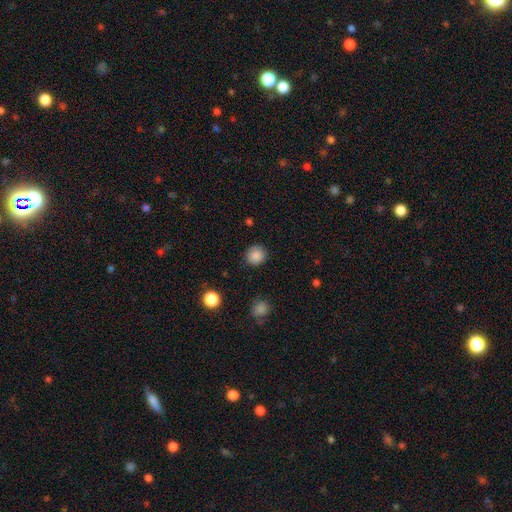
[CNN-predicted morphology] A smooth galaxy with no disk features (87%) that is round (92%).

Vote fractions:
- Smooth or featured? smooth: 87% / star or artifact: 9% / featured or disk: 4%
- How rounded? round: 92% / in between: 7% / cigar-shaped: 1%
- Merging? none: 88% / minor disturbance: 8% / major disturbance: 2% / merger: 1%